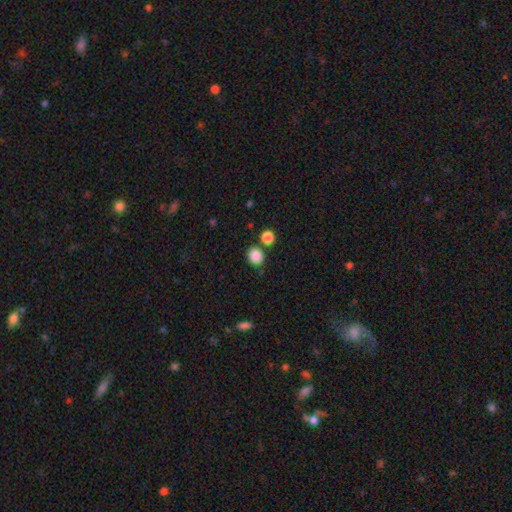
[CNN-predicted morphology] Smooth or featured?
  - smooth: 87% *
  - star or artifact: 10%
  - featured or disk: 4%
How rounded?
  - round: 72% *
  - in between: 27%
  - cigar-shaped: 1%
Merging?
  - none: 77% *
  - merger: 10%
  - minor disturbance: 10%
  - major disturbance: 3%